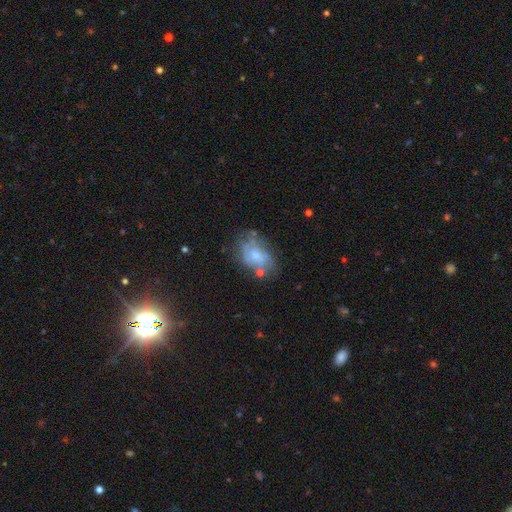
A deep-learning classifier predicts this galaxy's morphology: Smooth or featured? featured or disk (49%)
Merging? none (51%)